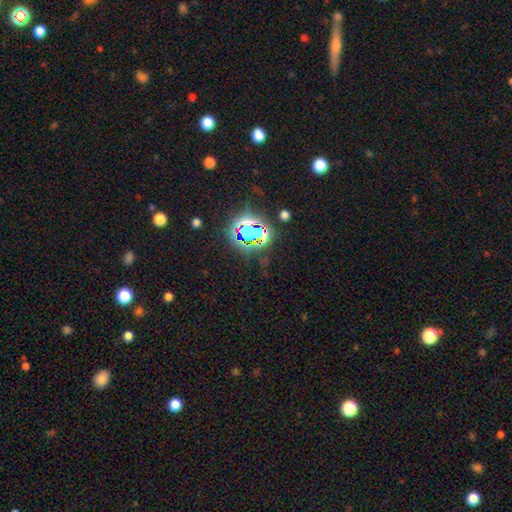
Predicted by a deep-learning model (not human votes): star or artifact 79%, smooth 13%, featured or disk 8%.